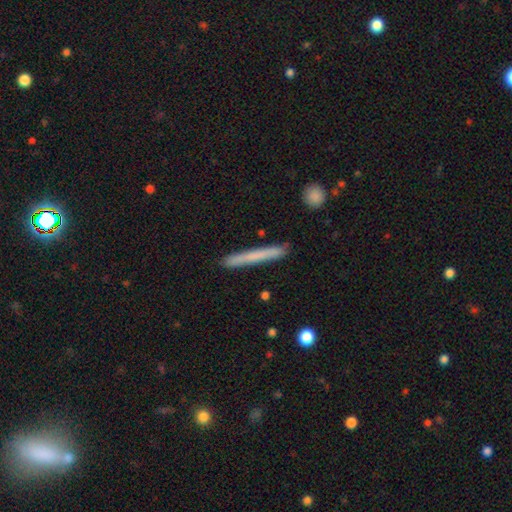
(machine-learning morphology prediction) Q: Smooth or featured?
A: smooth (68%); runner-up: featured or disk (26%)
Q: How rounded?
A: cigar-shaped (97%); runner-up: in between (2%)
Q: Merging?
A: none (89%); runner-up: minor disturbance (8%)